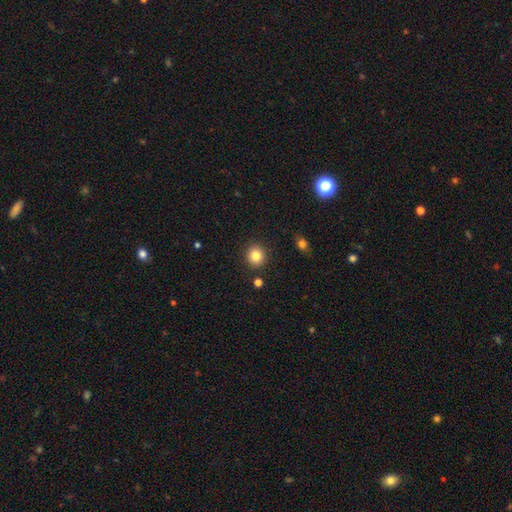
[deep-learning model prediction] The model was most divided on "smooth or featured": smooth: 84%, star or artifact: 10%, featured or disk: 6%. More confident: merging — none (90%); how rounded — round (88%).